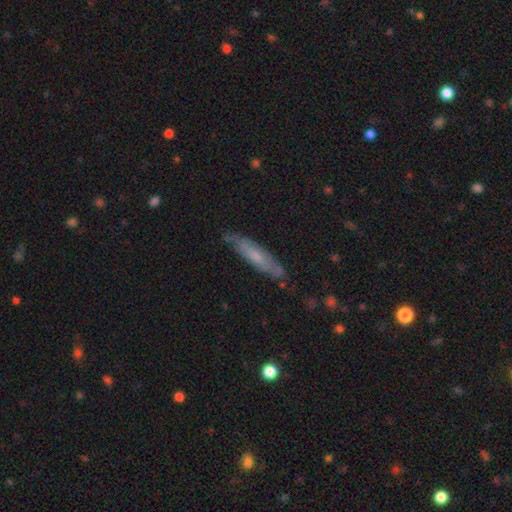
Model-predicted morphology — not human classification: Smooth or featured? featured or disk (48%)
Merging? none (76%)